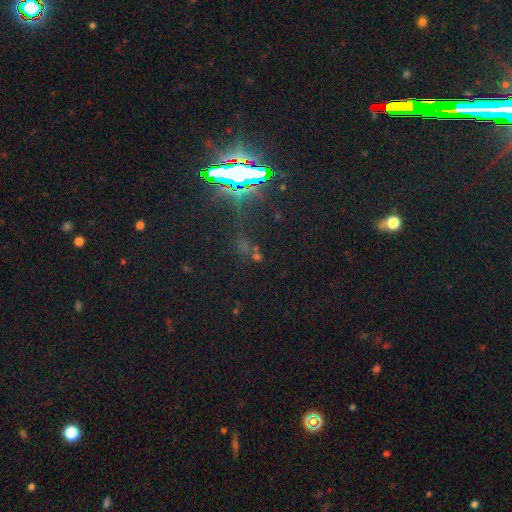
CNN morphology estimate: This appears to be a star or artifact, not a galaxy (67%).